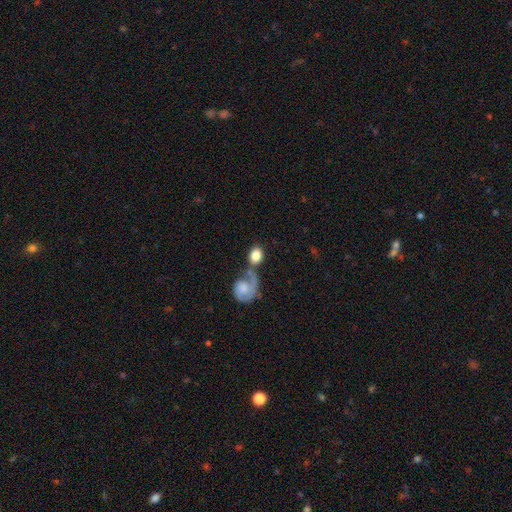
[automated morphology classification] smooth_or_featured: smooth (p=0.74) [alt: featured or disk p=0.19]
how_rounded: round (p=0.52) [alt: in between p=0.47]
merging: none (p=0.40) [alt: merger p=0.36]